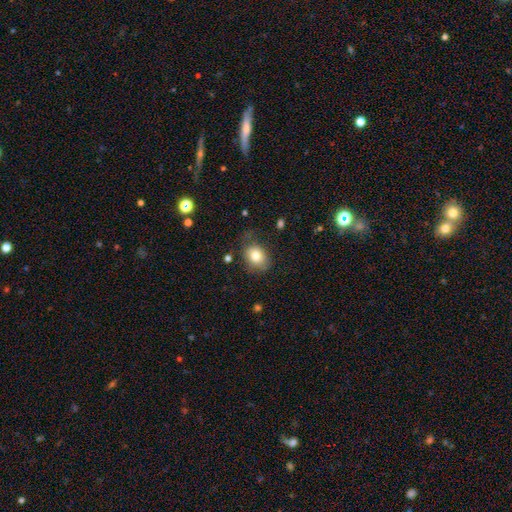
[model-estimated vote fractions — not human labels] Morphology: type=smooth (81%); roundness=in between (61%); merging=none (66%).